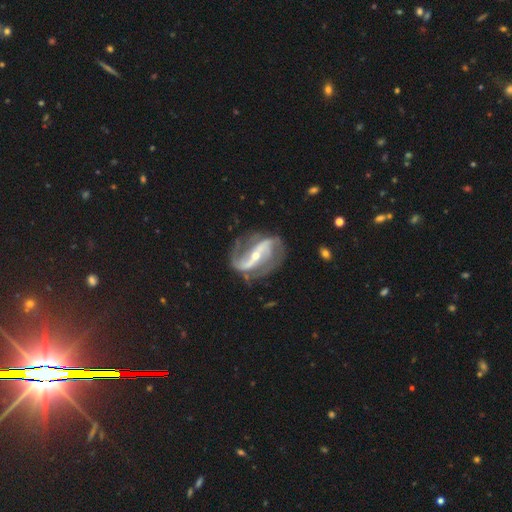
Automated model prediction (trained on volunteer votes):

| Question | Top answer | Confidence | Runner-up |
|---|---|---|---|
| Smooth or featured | featured or disk | 91% | star or artifact (5%) |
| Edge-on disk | no | 96% | yes (4%) |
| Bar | strong | 65% | weak (21%) |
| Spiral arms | yes | 96% | no (4%) |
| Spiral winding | loose | 47% | medium (39%) |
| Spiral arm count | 2 | 87% | can't tell (4%) |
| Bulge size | small | 66% | moderate (30%) |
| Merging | none | 70% | minor disturbance (17%) |